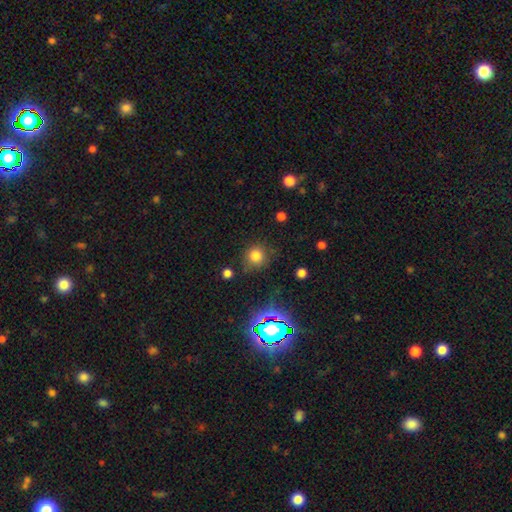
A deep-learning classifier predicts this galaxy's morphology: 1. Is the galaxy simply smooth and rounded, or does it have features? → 75% smooth, 19% star or artifact, 6% featured or disk.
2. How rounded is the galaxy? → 90% round, 9% in between, 1% cigar-shaped.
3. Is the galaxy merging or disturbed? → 79% none, 13% minor disturbance, 5% major disturbance, 3% merger.